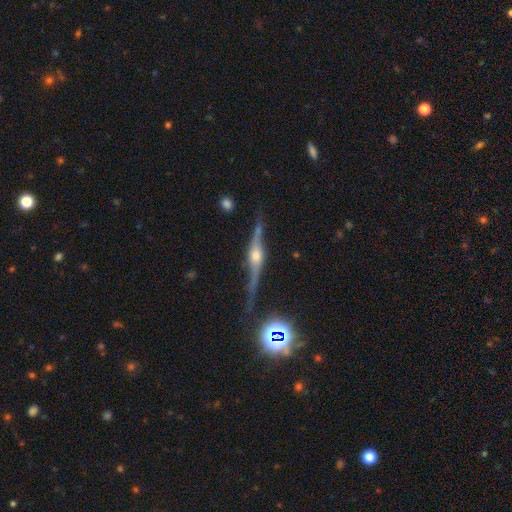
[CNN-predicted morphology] featured or disk 86%, smooth 7%, star or artifact 7%. Down the decision tree: edge-on disk — yes (92%); edge-on bulge — rounded (91%); merging — none (73%).